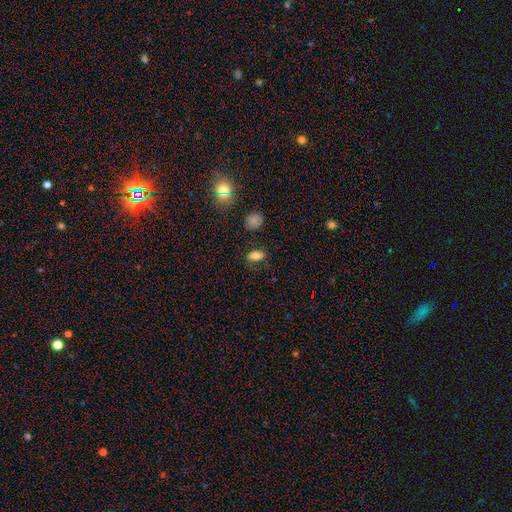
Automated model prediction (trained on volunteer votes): smooth 71%, featured or disk 17%, star or artifact 12%. Down the decision tree: how rounded — in between (83%); merging — none (75%).